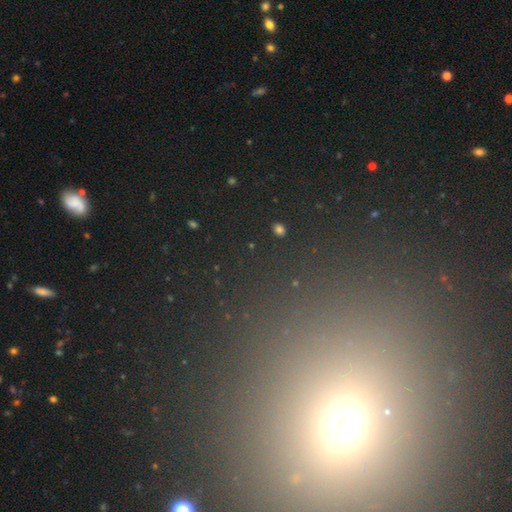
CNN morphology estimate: This is possibly a star or artifact rather than a galaxy (52%).